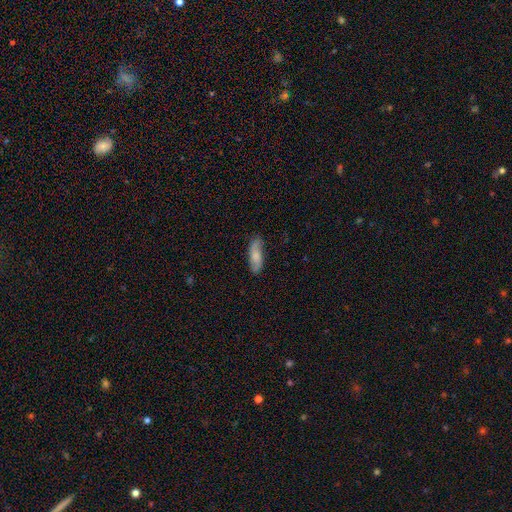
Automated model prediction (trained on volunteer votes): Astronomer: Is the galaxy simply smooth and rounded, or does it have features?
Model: smooth — 69%.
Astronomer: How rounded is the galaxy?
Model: in between — 58% (runner-up: cigar-shaped, 39%).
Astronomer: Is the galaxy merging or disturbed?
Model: none — 75%.